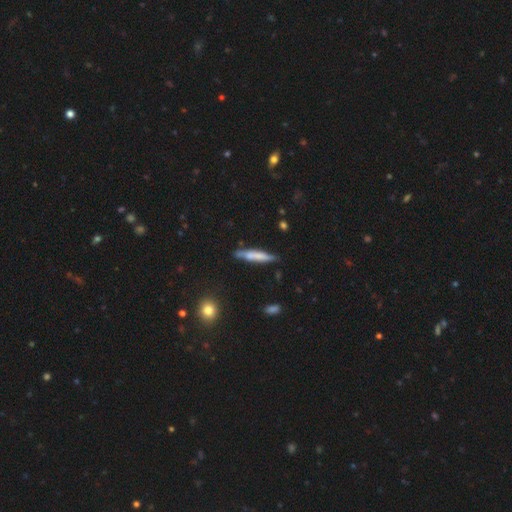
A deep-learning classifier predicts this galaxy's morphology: This is possibly a smooth galaxy (59%). How rounded: clearly cigar-shaped (89%). Merging: likely none (72%).